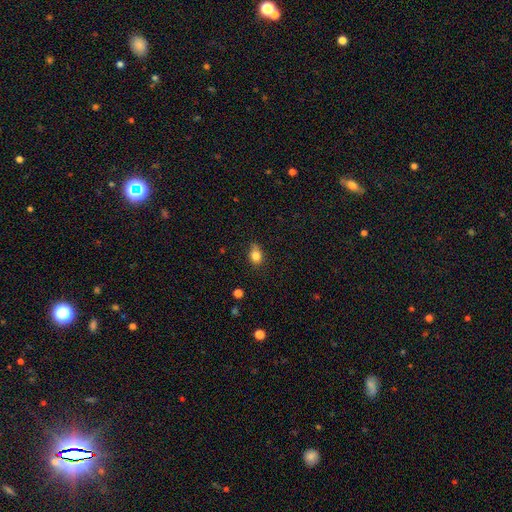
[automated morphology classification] Smooth or featured? Predicted: smooth (p=0.83). How rounded? Predicted: in between (p=0.64). Merging? Predicted: none (p=0.72).